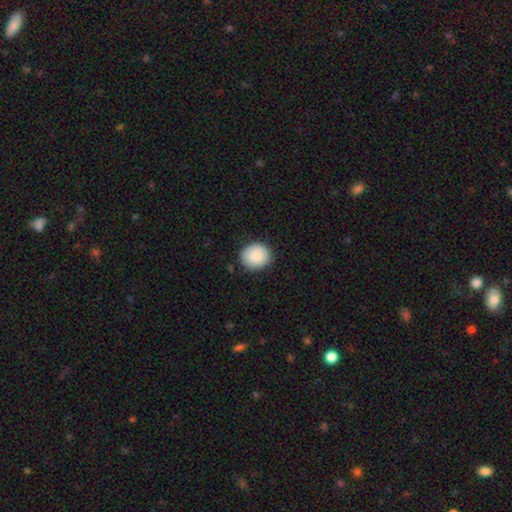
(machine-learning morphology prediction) This appears to be a smooth galaxy with no disk features (87%) that is round (79%). Merging: none (86%).